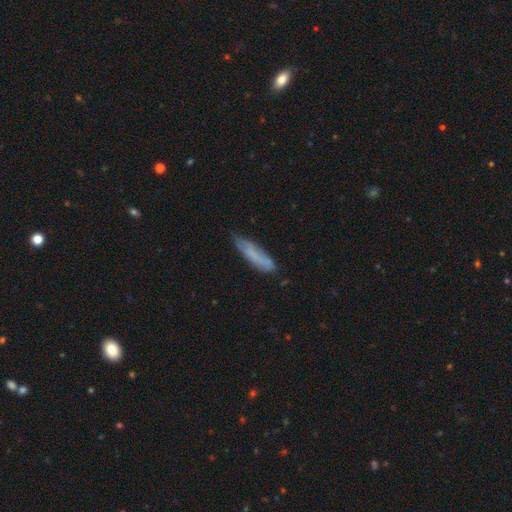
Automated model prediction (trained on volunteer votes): A smooth galaxy with no disk features (65%) that is cigar-shaped (74%). Merging: none (64%).